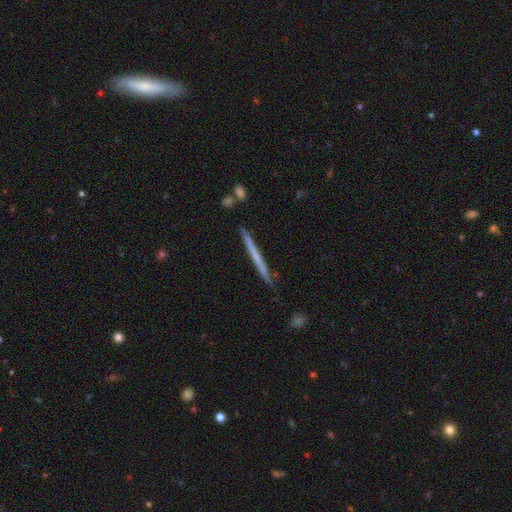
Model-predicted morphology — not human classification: Smooth or featured?
  - smooth: 47% * (tied)
  - featured or disk: 47% * (tied)
  - star or artifact: 6%
Merging?
  - none: 88% *
  - minor disturbance: 9%
  - merger: 2%
  - major disturbance: 1%